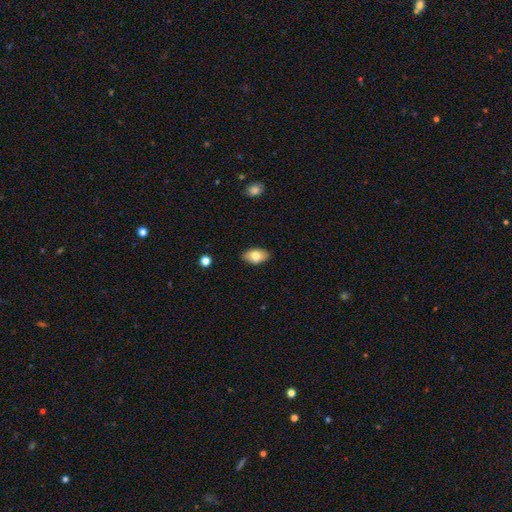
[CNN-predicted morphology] type=smooth (78%); roundness=in between (92%); merging=none (86%).